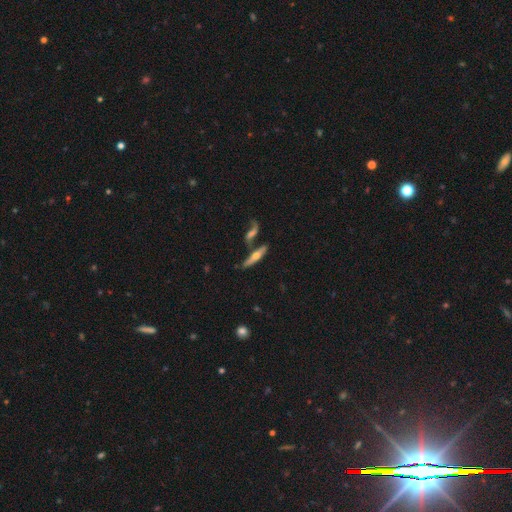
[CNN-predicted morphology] Overall: featured or disk (58%; smooth 35%). Edge-on disk: yes (88%). Edge-on bulge: rounded (88%). Merging: none (61%; merger 22%).